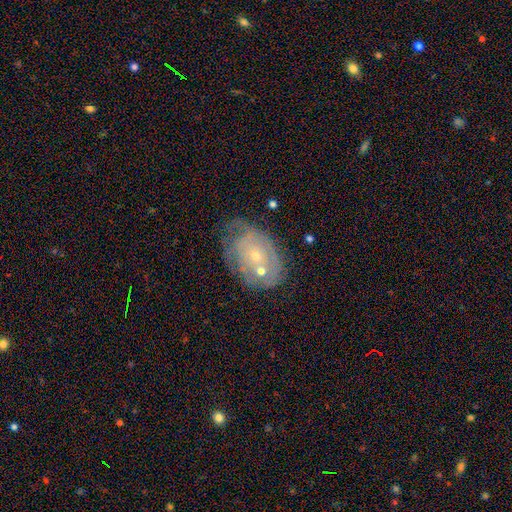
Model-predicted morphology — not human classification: featured or disk 67%, smooth 24%, star or artifact 9%. Down the decision tree: edge-on disk — no (96%); bar — no (82%); spiral arms — yes (69%); bulge size — small (70%); merging — none (48%).